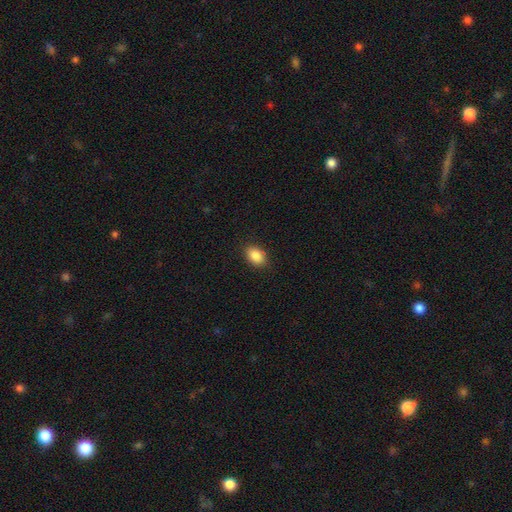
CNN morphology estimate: This appears to be a smooth galaxy with no disk features (87%) that is in between round and cigar-shaped (81%). Merging: none (89%).